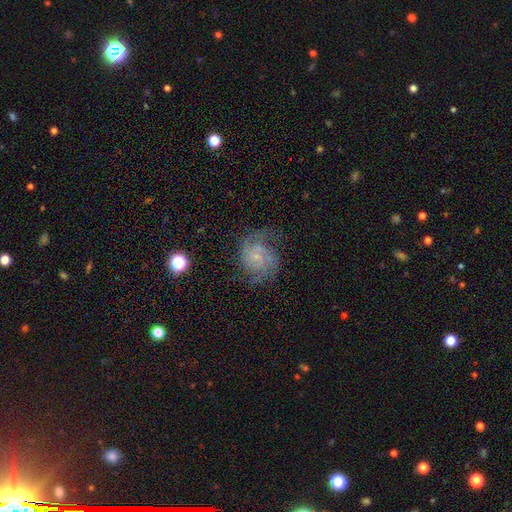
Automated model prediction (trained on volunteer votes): Smooth or featured? featured or disk (79%)
Edge-on disk? no (98%)
Bar? no (65%)
Spiral arms? yes (94%)
Spiral winding? medium (43%)
Spiral arm count? 2 (41%)
Bulge size? small (67%)
Merging? none (63%)